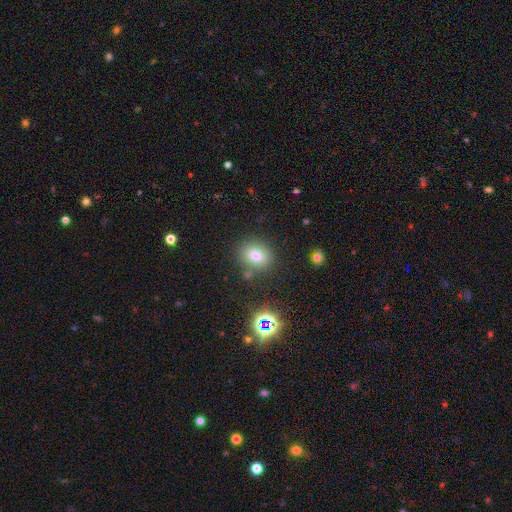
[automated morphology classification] Smooth or featured? Predicted: smooth (p=0.73). How rounded? Predicted: round (p=0.64). Merging? Predicted: none (p=0.80).